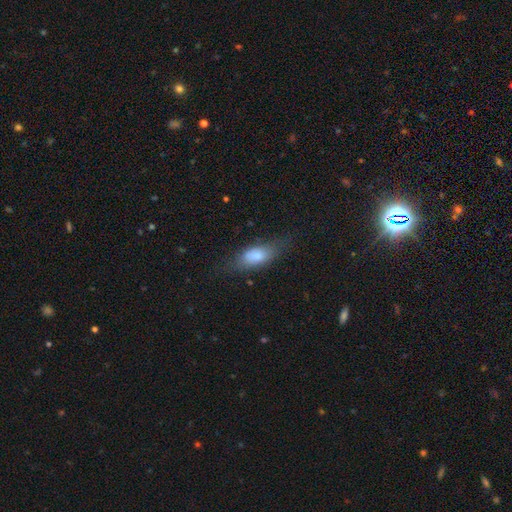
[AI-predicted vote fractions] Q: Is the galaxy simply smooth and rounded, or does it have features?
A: smooth — 74%.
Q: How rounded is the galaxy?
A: in between — 78%.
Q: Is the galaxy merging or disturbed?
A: none — 60%.